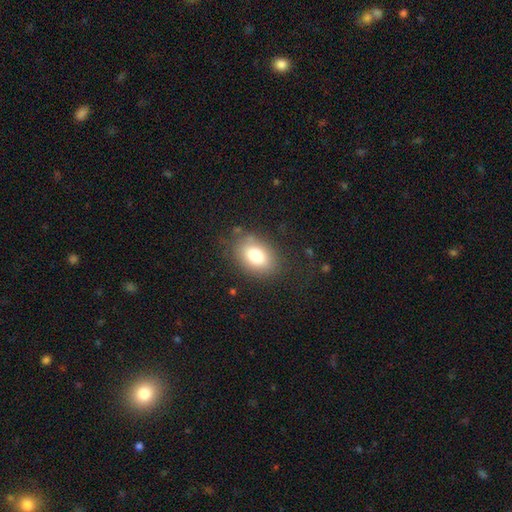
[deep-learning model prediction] Morphology: type=smooth (80%); roundness=in between (81%); merging=none (78%).